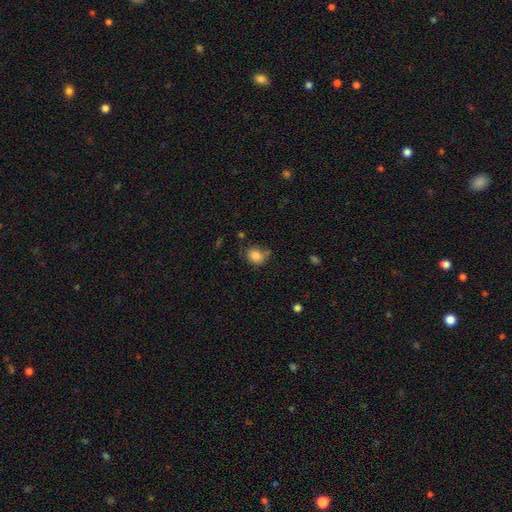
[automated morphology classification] This is clearly a smooth galaxy (84%). How rounded: likely round (71%). Merging: likely none (64%).